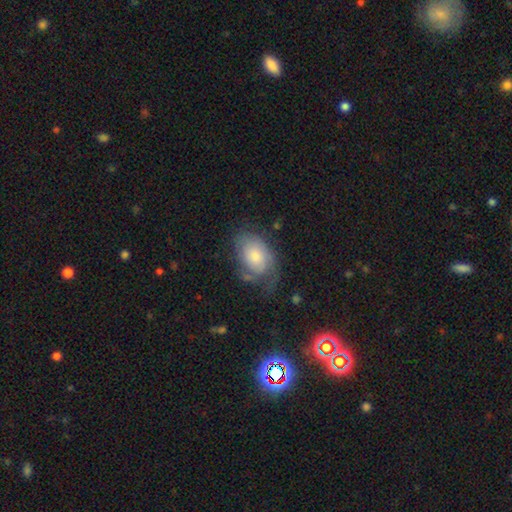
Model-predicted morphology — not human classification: featured or disk 46%, smooth 44%, star or artifact 10%. Down the decision tree: merging — none (47%).